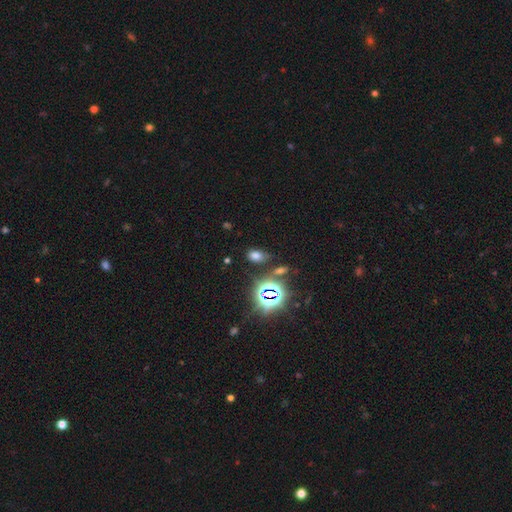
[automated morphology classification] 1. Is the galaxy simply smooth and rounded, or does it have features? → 58% smooth, 35% star or artifact, 7% featured or disk.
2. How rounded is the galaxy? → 84% in between, 14% round, 2% cigar-shaped.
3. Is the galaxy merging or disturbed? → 77% none, 13% minor disturbance, 6% merger, 5% major disturbance.